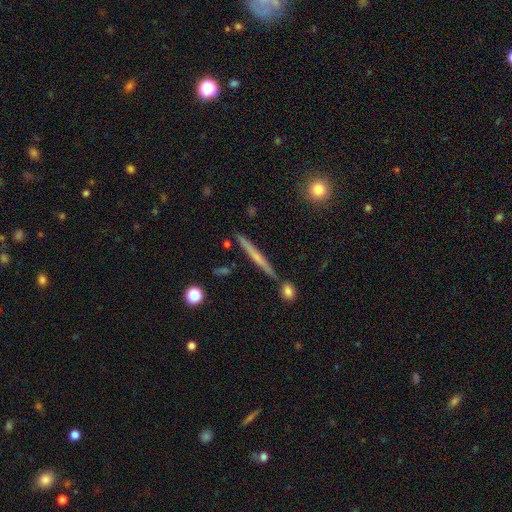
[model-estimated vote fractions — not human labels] This appears to be a featured or disk galaxy (51%) viewed edge-on (97%). Merging: none (85%).